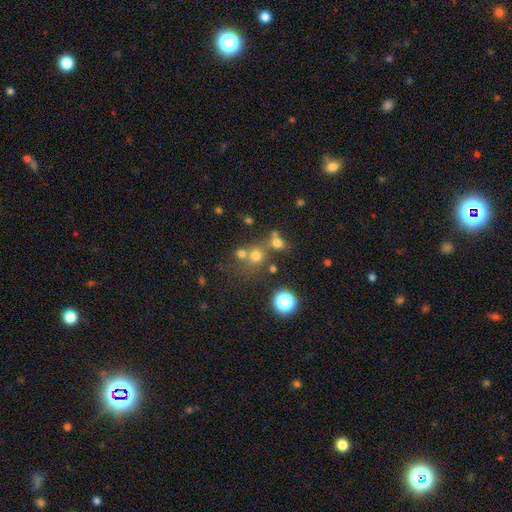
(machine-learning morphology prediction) Q: Smooth or featured?
A: smooth (61%); runner-up: star or artifact (26%)
Q: How rounded?
A: round (85%); runner-up: in between (14%)
Q: Merging?
A: none (53%); runner-up: merger (35%)